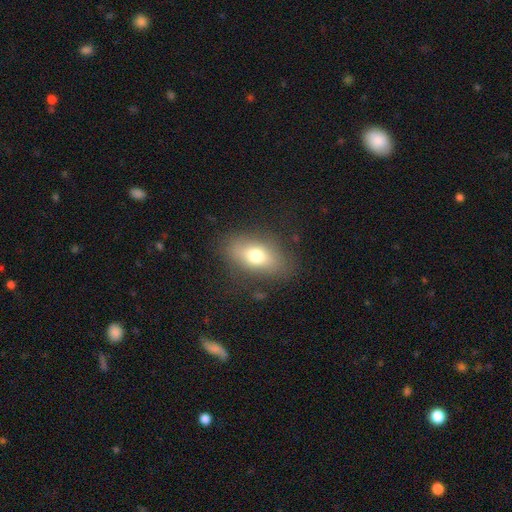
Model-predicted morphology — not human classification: smooth 70%, featured or disk 20%, star or artifact 10%. Down the decision tree: how rounded — in between (83%); merging — none (77%).